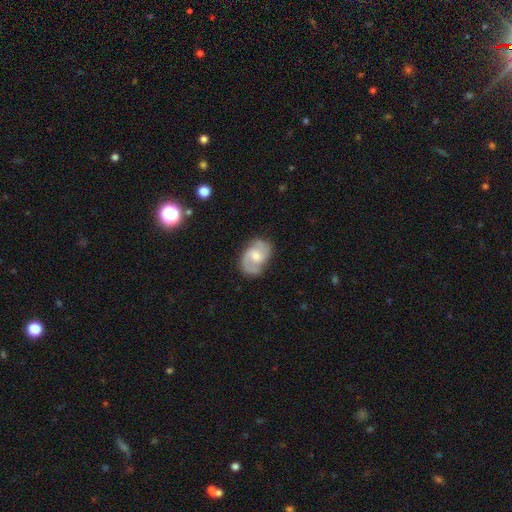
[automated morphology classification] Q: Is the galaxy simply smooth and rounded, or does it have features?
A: featured or disk — 76%.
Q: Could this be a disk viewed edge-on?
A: no — 97%.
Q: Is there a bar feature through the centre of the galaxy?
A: weak — 48%.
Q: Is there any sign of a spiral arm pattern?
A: yes — 94%.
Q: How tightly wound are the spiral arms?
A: medium — 53%.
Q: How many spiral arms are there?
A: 2 — 87%.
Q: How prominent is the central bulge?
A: moderate — 55%.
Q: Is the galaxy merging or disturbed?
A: none — 76%.